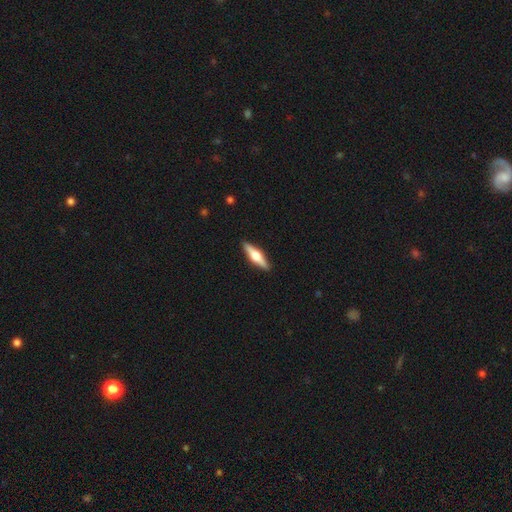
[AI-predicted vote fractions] smooth_or_featured: featured or disk (p=0.66) [alt: smooth p=0.29]
disk_edge_on: yes (p=0.97) [alt: no p=0.03]
edge_on_bulge: rounded (p=0.94) [alt: boxy p=0.04]
merging: none (p=0.91) [alt: minor disturbance p=0.06]